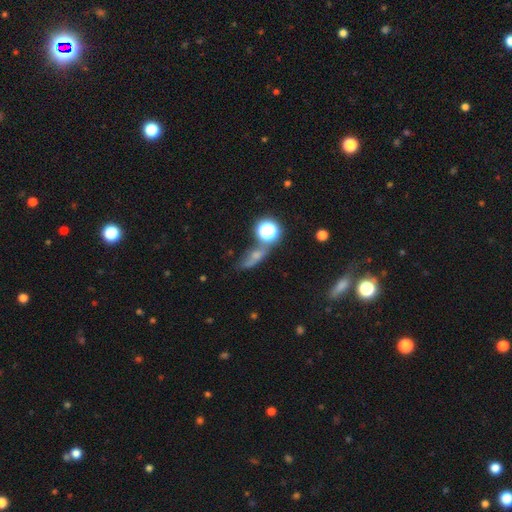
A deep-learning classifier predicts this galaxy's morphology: Q: Smooth or featured?
A: smooth (50%); runner-up: star or artifact (29%)
Q: Merging?
A: none (49%); runner-up: minor disturbance (19%)